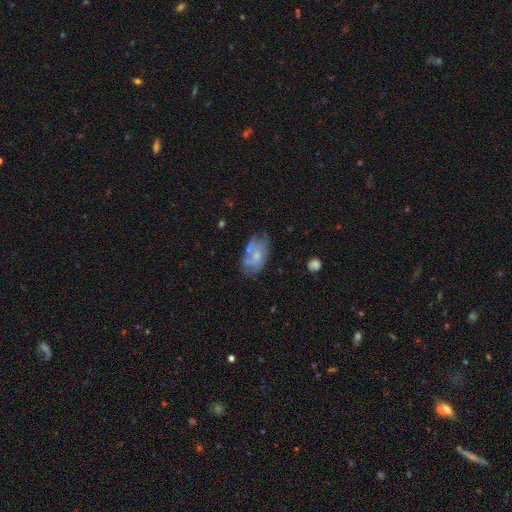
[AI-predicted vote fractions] This appears to be a smooth galaxy with no disk features (46%, tied with featured or disk). Merging: none (44%).